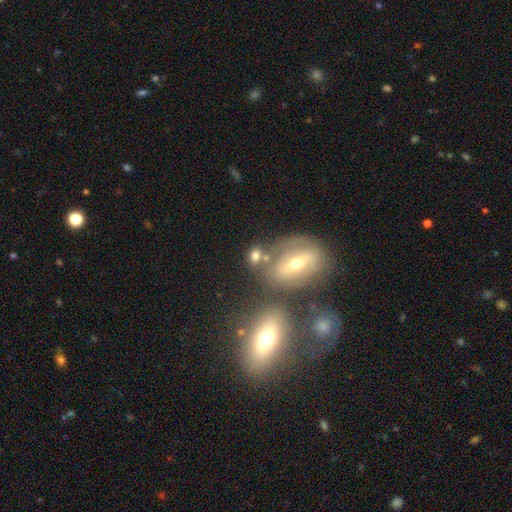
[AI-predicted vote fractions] The model was most divided on "how rounded": in between: 56%, round: 39%, cigar-shaped: 5%. More confident: smooth or featured — smooth (62%); merging — none (58%).